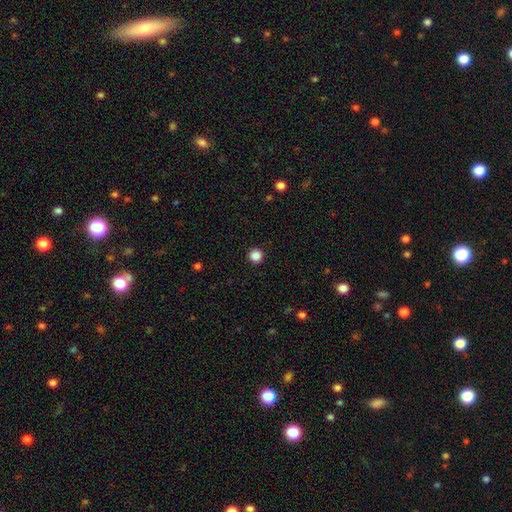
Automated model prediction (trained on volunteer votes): Smooth or featured: smooth — 87% (star or artifact — 11%)
How rounded: round — 96% (in between — 3%)
Merging: none — 93% (minor disturbance — 4%)